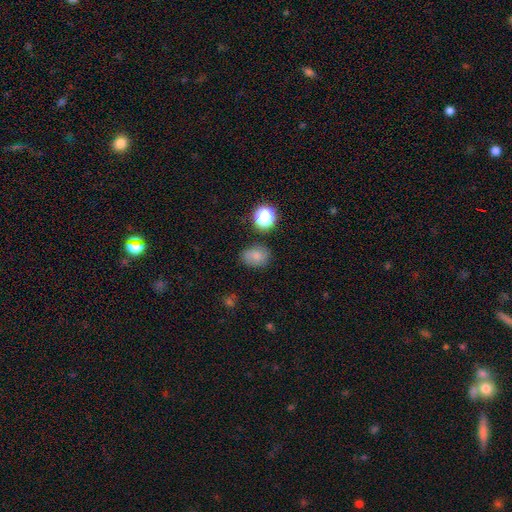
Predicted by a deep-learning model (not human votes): A smooth galaxy with no disk features (77%) that is in between round and cigar-shaped (54%).

Vote fractions:
- Smooth or featured? smooth: 77% / star or artifact: 14% / featured or disk: 9%
- How rounded? in between: 54% / round: 45% / cigar-shaped: 1%
- Merging? none: 75% / minor disturbance: 17% / major disturbance: 4% / merger: 4%